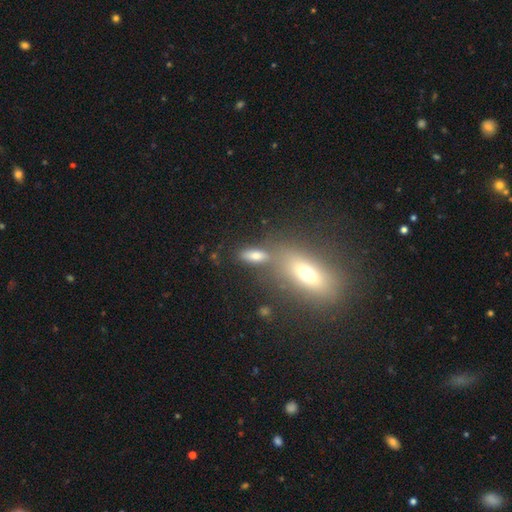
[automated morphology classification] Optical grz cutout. It shows a smooth galaxy with no disk features (68%) that is in between round and cigar-shaped (69%). Merging: none (60%).